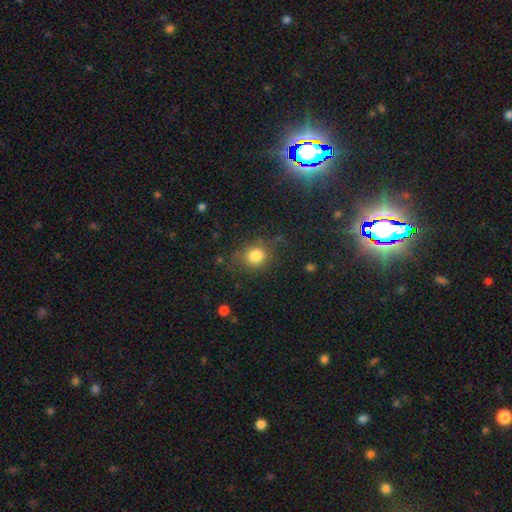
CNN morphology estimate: smooth-or-featured: smooth: 82% | star or artifact: 12% | featured or disk: 6%
  how-rounded: round: 73% | in between: 26% | cigar-shaped: 1%
  merging: none: 74% | minor disturbance: 16% | major disturbance: 7% | merger: 3%